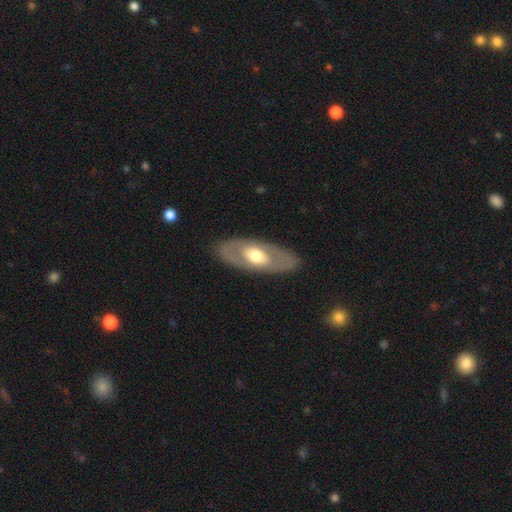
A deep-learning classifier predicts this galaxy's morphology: type=featured or disk (56%); edge-on=no (83%); merging=none (86%).